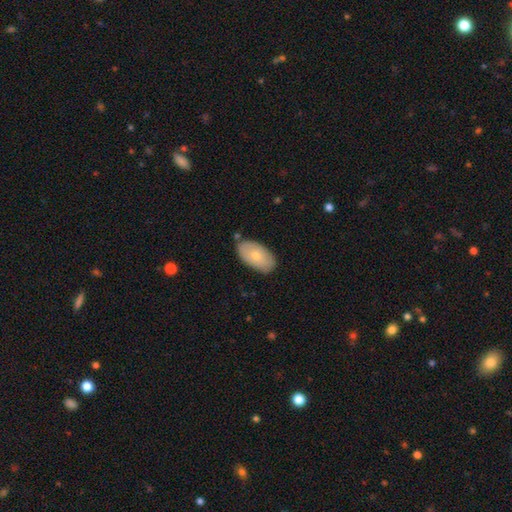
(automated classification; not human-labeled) smooth-or-featured: smooth: 69% | featured or disk: 26% | star or artifact: 6%
  how-rounded: in between: 95% | round: 4% | cigar-shaped: 2%
  merging: none: 80% | minor disturbance: 14% | merger: 3% | major disturbance: 3%